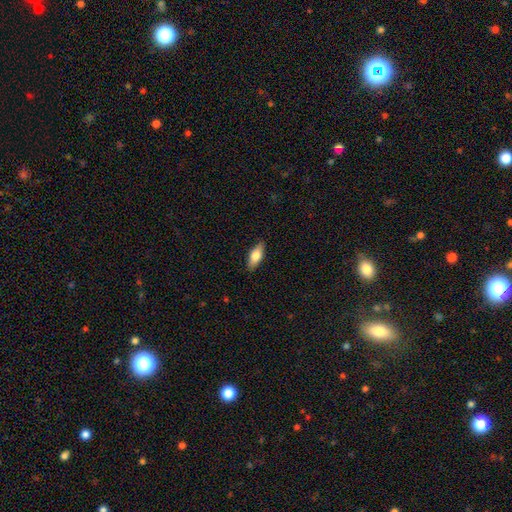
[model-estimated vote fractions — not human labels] smooth 74%, featured or disk 20%, star or artifact 6%. Down the decision tree: how rounded — in between (76%); merging — none (88%).